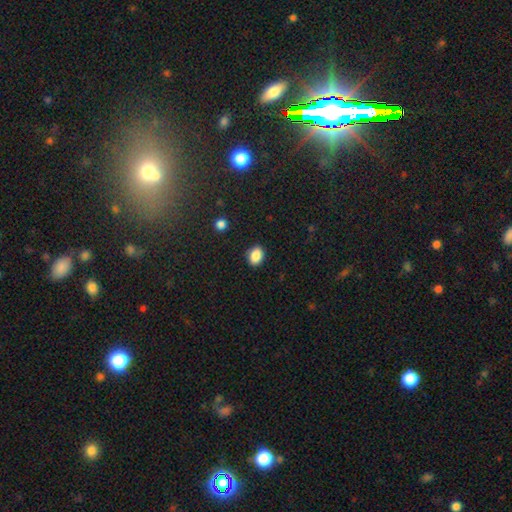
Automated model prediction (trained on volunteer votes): The model was most divided on "how rounded": in between: 70%, round: 29%, cigar-shaped: 1%. More confident: merging — none (89%); smooth or featured — smooth (88%).